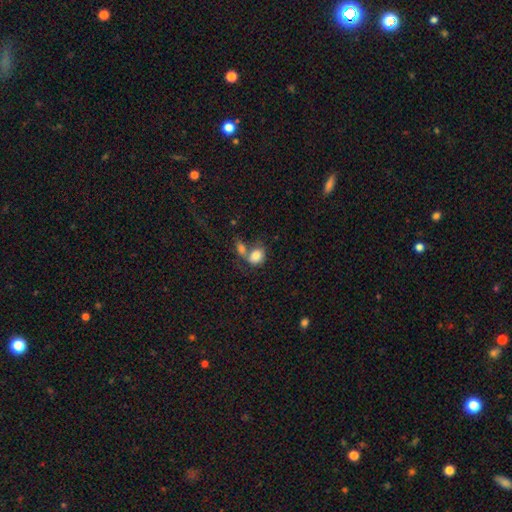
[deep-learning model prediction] Smooth or featured? Predicted: smooth (p=0.82). How rounded? Predicted: in between (p=0.65). Merging? Predicted: merger (p=0.53).